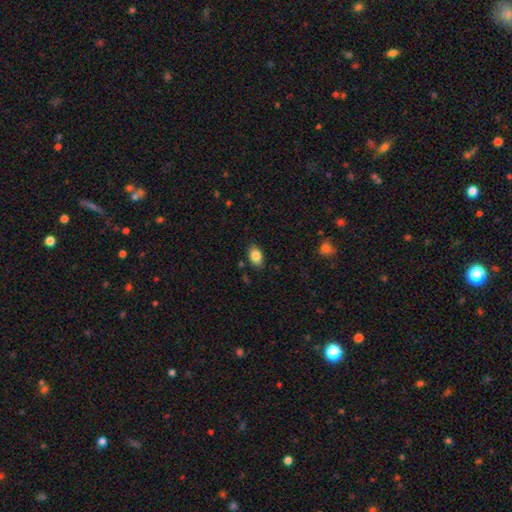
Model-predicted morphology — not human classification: A smooth galaxy with no disk features (85%) that is in between round and cigar-shaped (87%).

Vote fractions:
- Smooth or featured? smooth: 85% / star or artifact: 8% / featured or disk: 7%
- How rounded? in between: 87% / round: 11% / cigar-shaped: 1%
- Merging? none: 85% / minor disturbance: 11% / major disturbance: 3% / merger: 2%